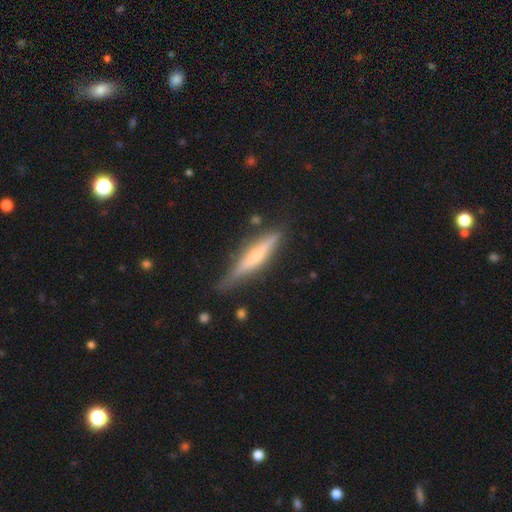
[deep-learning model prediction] smooth_or_featured: featured or disk (p=0.61) [alt: smooth p=0.33]
disk_edge_on: yes (p=0.95) [alt: no p=0.05]
edge_on_bulge: rounded (p=0.60) [alt: none p=0.25]
merging: none (p=0.77) [alt: minor disturbance p=0.17]